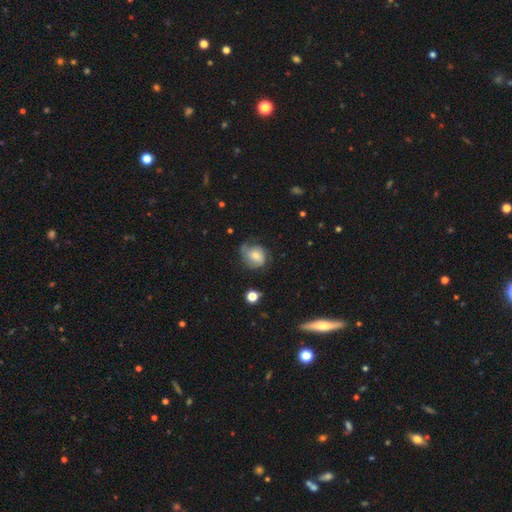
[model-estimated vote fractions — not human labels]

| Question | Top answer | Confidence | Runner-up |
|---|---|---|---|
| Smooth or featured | featured or disk | 49% | smooth (42%) |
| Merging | none | 54% | minor disturbance (28%) |